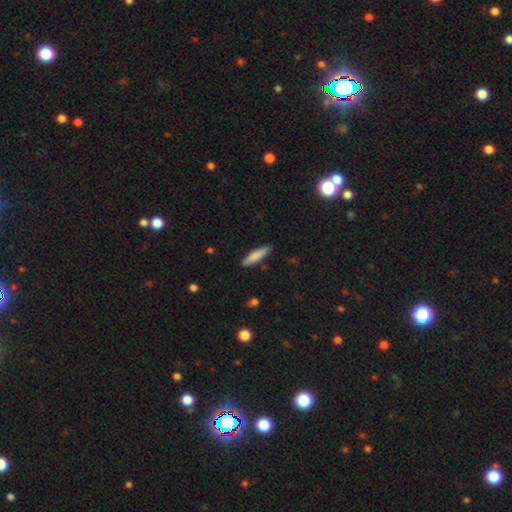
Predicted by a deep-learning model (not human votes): This appears to be a smooth galaxy with no disk features (81%) that is cigar-shaped (80%). Merging: none (88%).